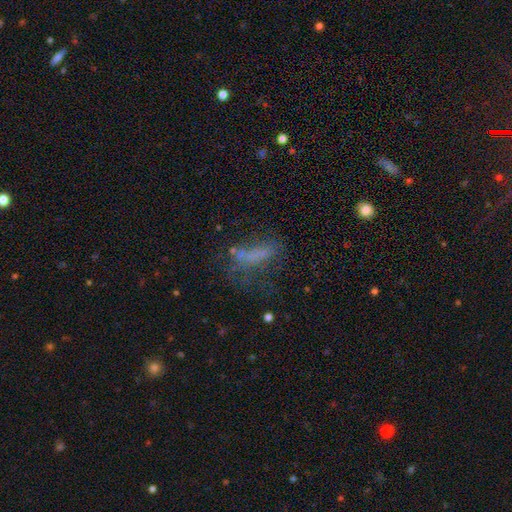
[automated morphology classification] A smooth galaxy with no disk features (50%) that is in between round and cigar-shaped (50%).

Vote fractions:
- Smooth or featured? smooth: 50% / featured or disk: 28% / star or artifact: 22%
- How rounded? in between: 50% / cigar-shaped: 45% / round: 5%
- Merging? none: 40% / major disturbance: 33% / minor disturbance: 21% / merger: 7%